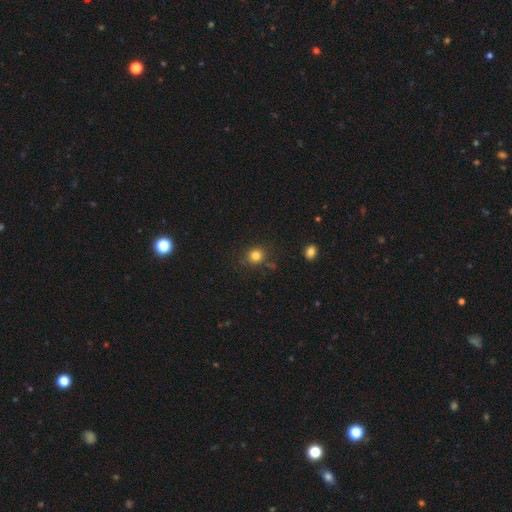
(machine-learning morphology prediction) The model was most divided on "smooth or featured": smooth: 81%, star or artifact: 13%, featured or disk: 6%. More confident: how rounded — round (86%); merging — none (81%).